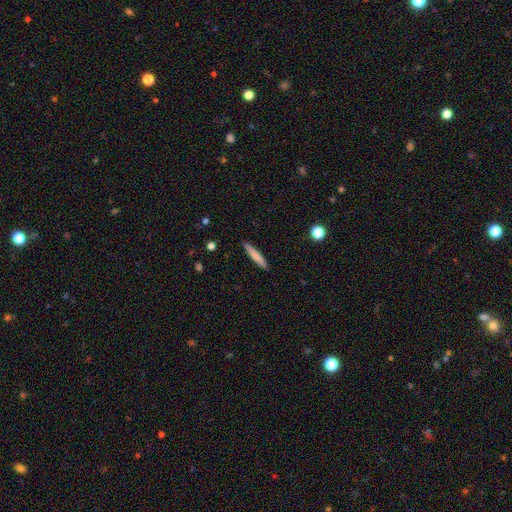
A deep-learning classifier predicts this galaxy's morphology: Q: Smooth or featured?
A: smooth (77%); runner-up: featured or disk (17%)
Q: How rounded?
A: cigar-shaped (94%); runner-up: in between (5%)
Q: Merging?
A: none (91%); runner-up: minor disturbance (6%)